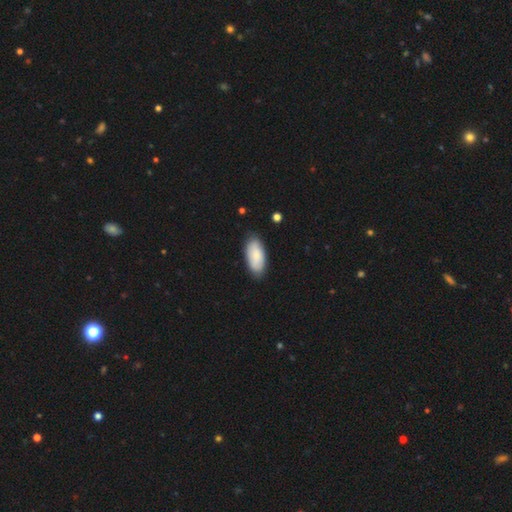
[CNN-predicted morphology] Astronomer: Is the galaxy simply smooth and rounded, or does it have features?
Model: smooth — 80%.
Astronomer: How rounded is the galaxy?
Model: in between — 92%.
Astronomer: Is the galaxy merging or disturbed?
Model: none — 83%.